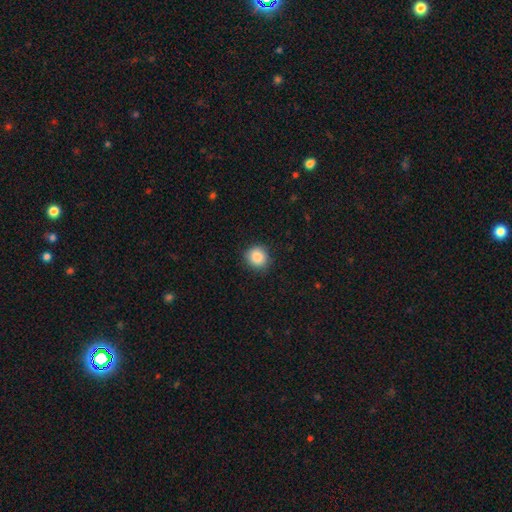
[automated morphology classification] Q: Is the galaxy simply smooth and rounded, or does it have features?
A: smooth — 87%.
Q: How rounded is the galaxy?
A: round — 89%.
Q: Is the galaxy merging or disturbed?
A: none — 88%.